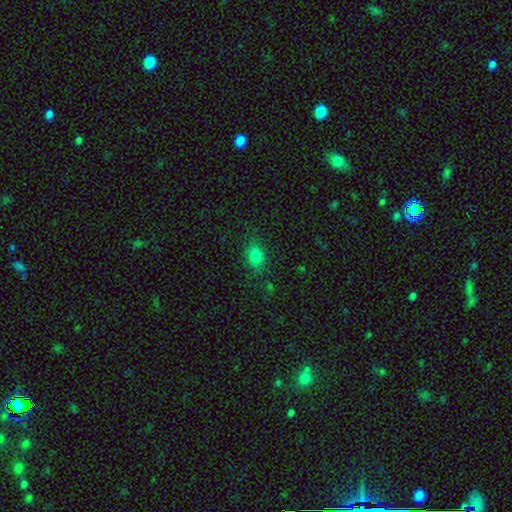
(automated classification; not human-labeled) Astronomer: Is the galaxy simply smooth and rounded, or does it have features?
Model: smooth — 81%.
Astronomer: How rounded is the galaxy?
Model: in between — 73%.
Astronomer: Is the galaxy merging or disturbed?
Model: none — 81%.